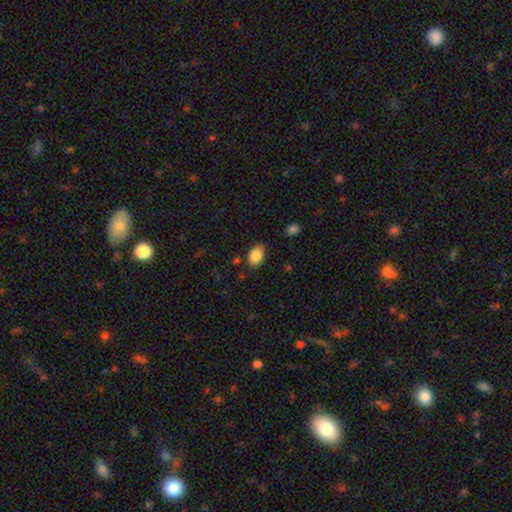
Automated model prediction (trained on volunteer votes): Overall: smooth (86%). How rounded: in between (77%). Merging: none (69%).